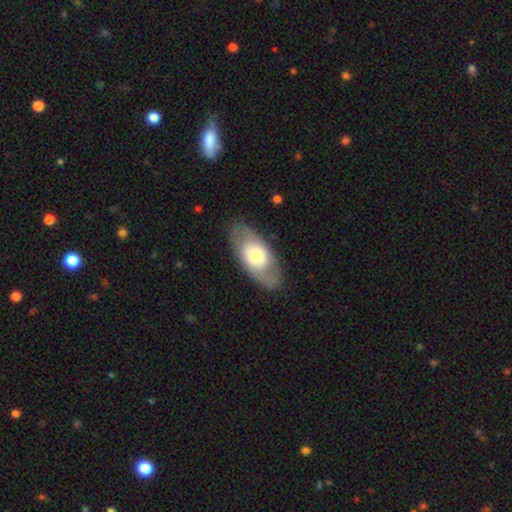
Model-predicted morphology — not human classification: This is possibly a smooth galaxy (53%). How rounded: clearly in between (87%). Merging: clearly none (81%).